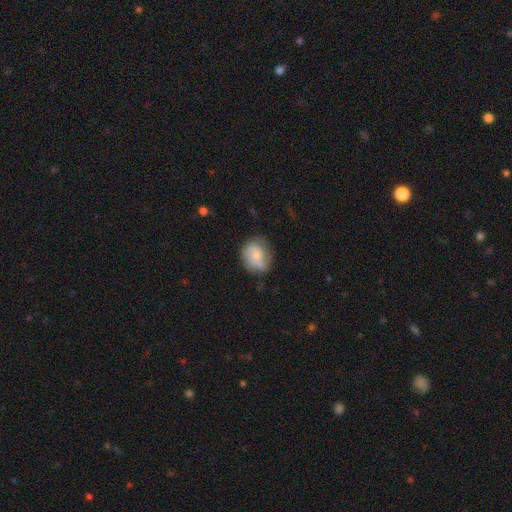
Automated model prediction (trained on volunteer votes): The model was most divided on "merging": none: 56%, minor disturbance: 28%, major disturbance: 10%, merger: 6%. More confident: how rounded — round (68%); smooth or featured — smooth (63%).